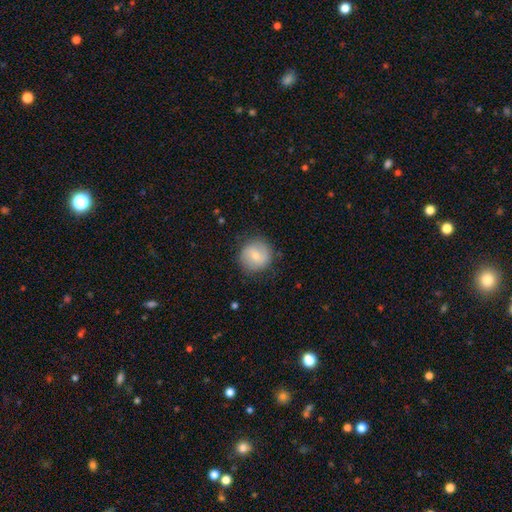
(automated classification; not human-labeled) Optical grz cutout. It shows a smooth galaxy with no disk features (66%) that is round (92%). Merging: none (83%).